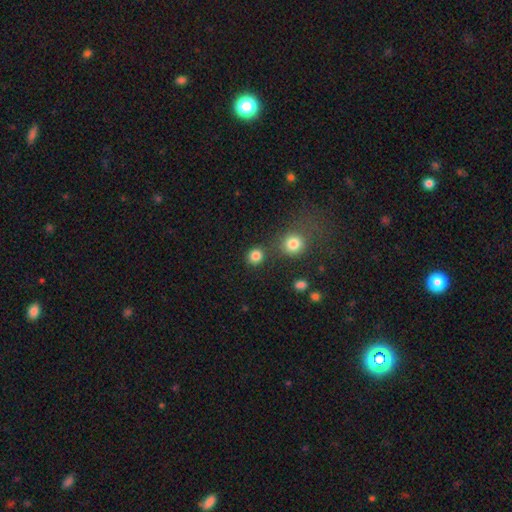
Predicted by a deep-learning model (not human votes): Morphology: type=smooth (83%); roundness=round (89%); merging=none (81%).